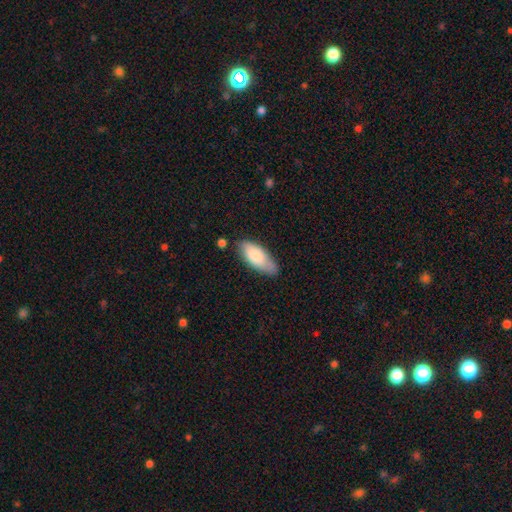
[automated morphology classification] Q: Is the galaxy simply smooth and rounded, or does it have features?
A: smooth — 81%.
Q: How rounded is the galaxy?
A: in between — 82%.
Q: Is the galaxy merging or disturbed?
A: none — 71%.